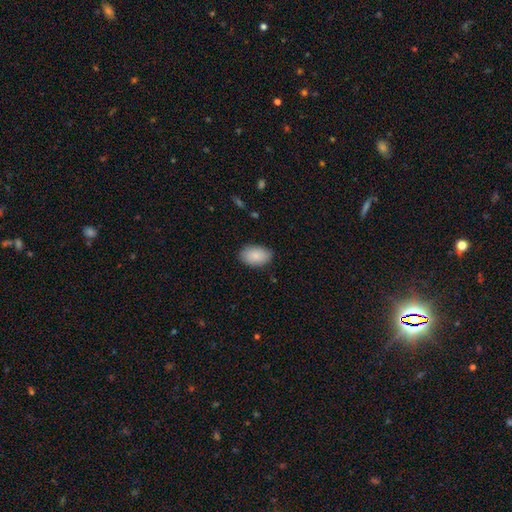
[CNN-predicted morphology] Smooth or featured: smooth — 87% (featured or disk — 6%)
How rounded: in between — 93% (round — 6%)
Merging: none — 85% (minor disturbance — 11%)